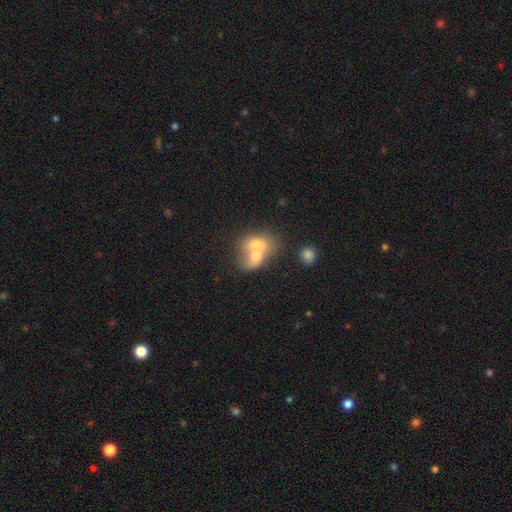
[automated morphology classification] smooth-or-featured: smooth: 65% | featured or disk: 27% | star or artifact: 8%
  how-rounded: in between: 63% | round: 35% | cigar-shaped: 1%
  merging: merger: 78% | none: 12% | minor disturbance: 5% | major disturbance: 4%